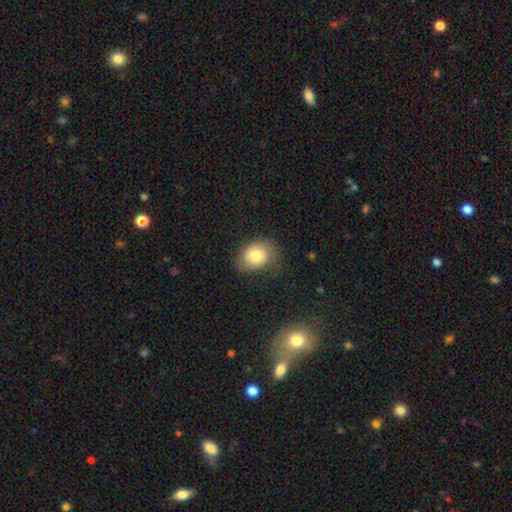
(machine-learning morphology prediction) type=smooth (73%); roundness=in between (60%); merging=none (63%).